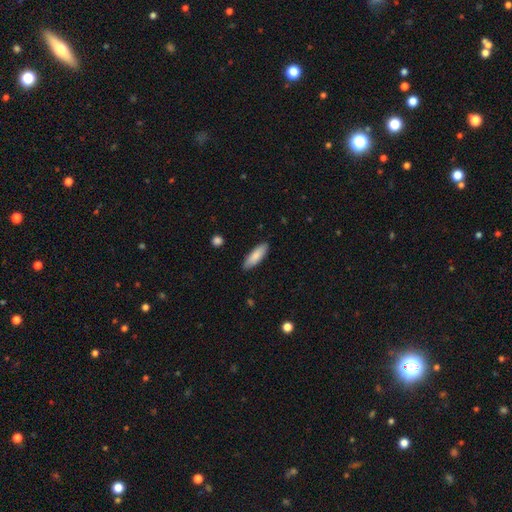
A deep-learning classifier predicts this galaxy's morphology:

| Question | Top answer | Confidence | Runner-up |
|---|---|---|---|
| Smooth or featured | smooth | 84% | featured or disk (10%) |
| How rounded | in between | 54% | cigar-shaped (44%) |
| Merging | none | 88% | minor disturbance (9%) |